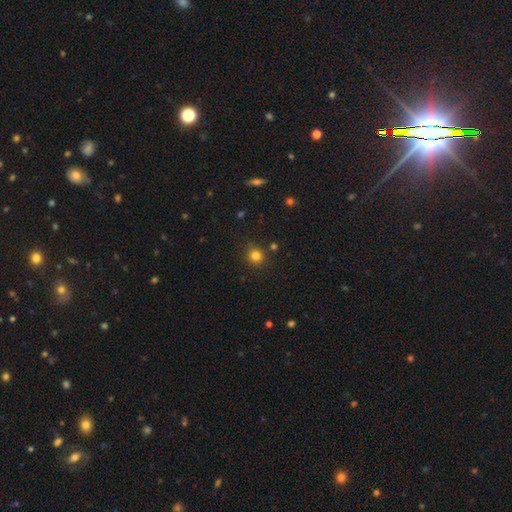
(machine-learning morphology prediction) Overall: smooth (80%). How rounded: round (91%). Merging: none (86%).